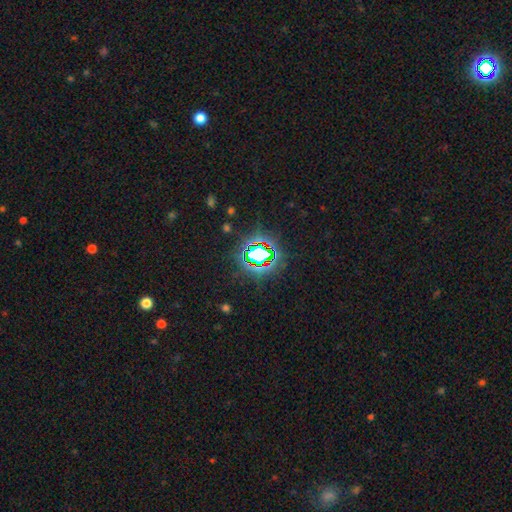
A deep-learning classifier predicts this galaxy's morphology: Smooth or featured: star or artifact — 74% (smooth — 16%)